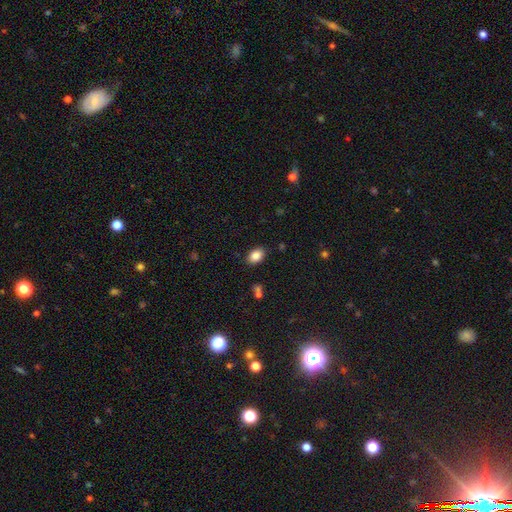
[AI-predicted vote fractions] Smooth or featured?
  - smooth: 85% *
  - star or artifact: 8%
  - featured or disk: 6%
How rounded?
  - in between: 86% *
  - round: 13%
  - cigar-shaped: 1%
Merging?
  - none: 86% *
  - minor disturbance: 10%
  - major disturbance: 2%
  - merger: 2%